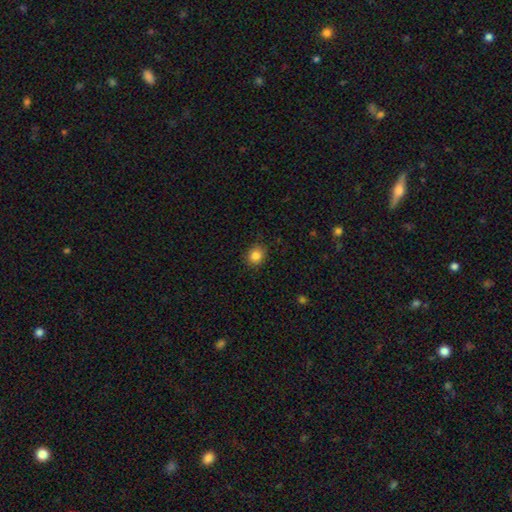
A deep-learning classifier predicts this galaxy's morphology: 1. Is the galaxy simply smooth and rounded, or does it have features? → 84% smooth, 11% star or artifact, 5% featured or disk.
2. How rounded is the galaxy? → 75% round, 24% in between, 1% cigar-shaped.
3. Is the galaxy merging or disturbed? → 87% none, 10% minor disturbance, 2% major disturbance, 1% merger.